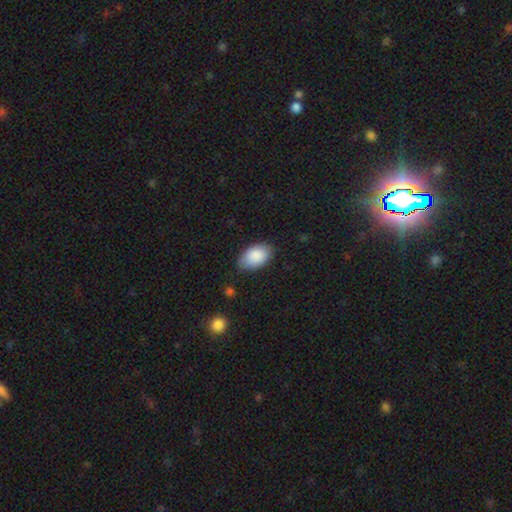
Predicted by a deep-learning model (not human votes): This is clearly a smooth galaxy (88%). How rounded: clearly in between (93%). Merging: likely none (79%).